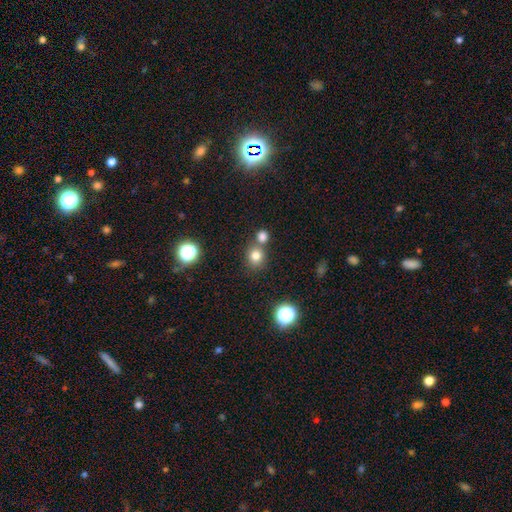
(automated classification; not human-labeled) Smooth or featured? Predicted: smooth (p=0.77). How rounded? Predicted: round (p=0.83). Merging? Predicted: none (p=0.62).